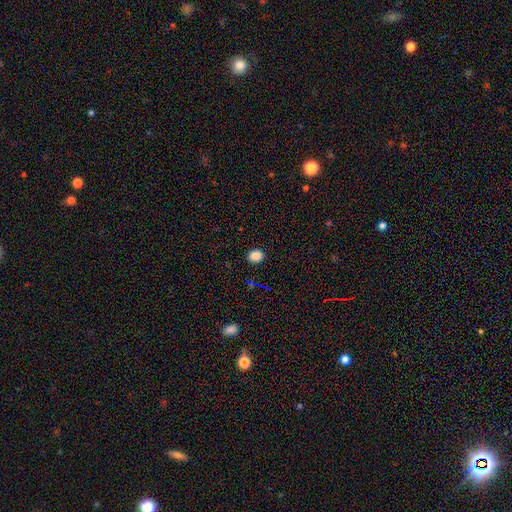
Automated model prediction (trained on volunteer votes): Smooth or featured: smooth — 86% (star or artifact — 11%)
How rounded: round — 56% (in between — 43%)
Merging: none — 90% (minor disturbance — 7%)